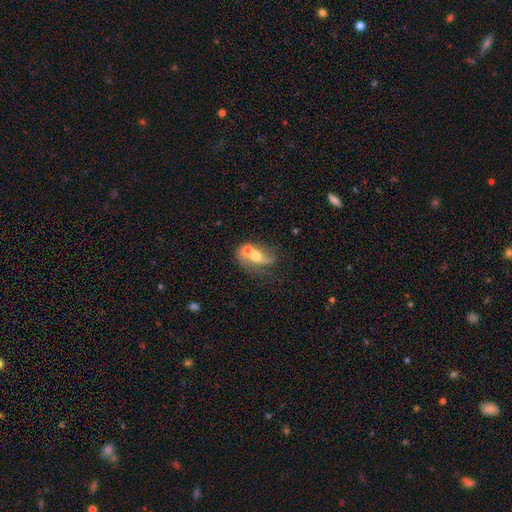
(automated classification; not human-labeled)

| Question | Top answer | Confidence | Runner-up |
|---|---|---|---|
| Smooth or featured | featured or disk | 46% | smooth (44%) |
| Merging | merger | 62% | none (17%) |